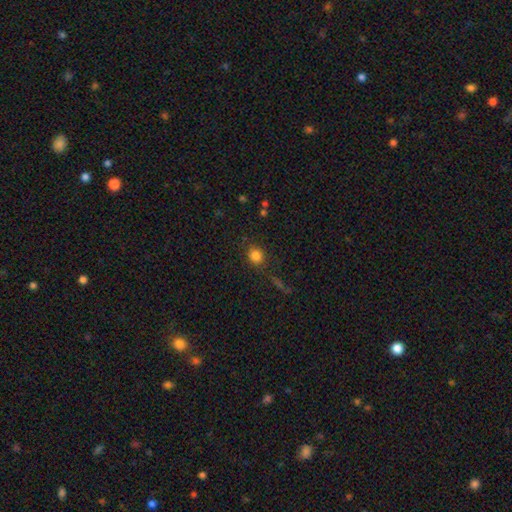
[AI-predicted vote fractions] This is clearly a smooth galaxy (82%). How rounded: likely round (75%). Merging: clearly none (82%).